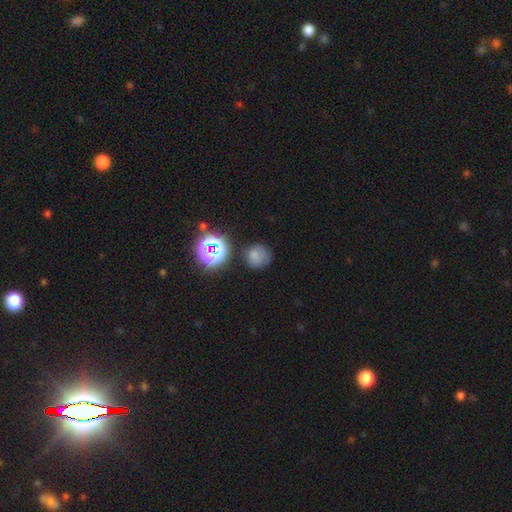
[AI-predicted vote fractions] A smooth galaxy with no disk features (70%) that is round (89%). Merging: none (72%).